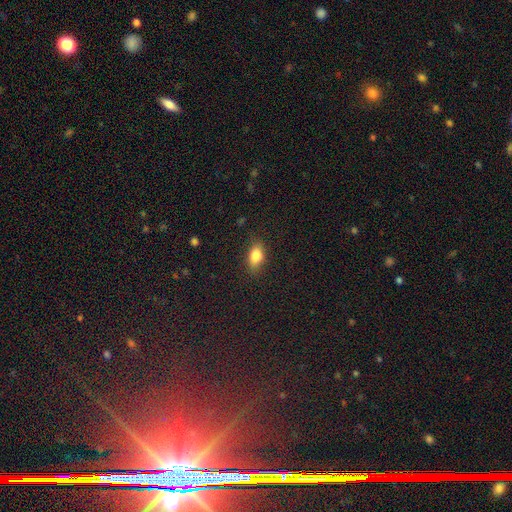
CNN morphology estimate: Smooth or featured? smooth (83%)
How rounded? in between (84%)
Merging? none (83%)